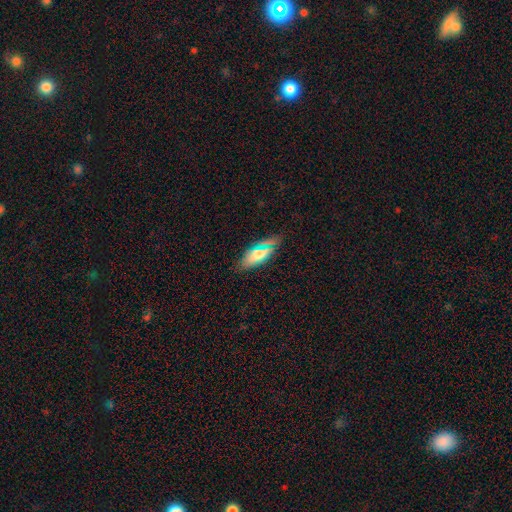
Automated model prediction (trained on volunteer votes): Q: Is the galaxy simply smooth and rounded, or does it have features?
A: smooth — 56%.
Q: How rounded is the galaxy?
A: in between — 63%.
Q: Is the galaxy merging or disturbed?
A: none — 79%.